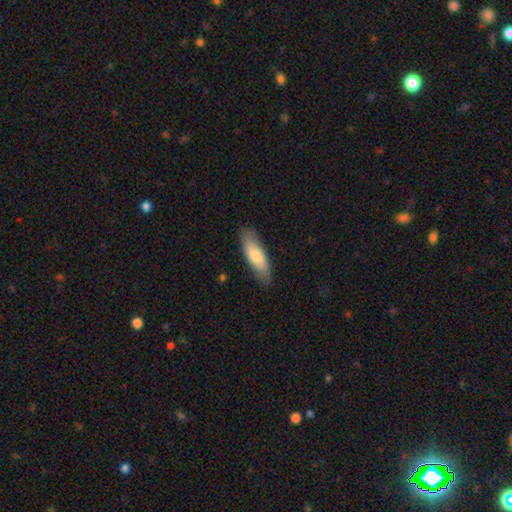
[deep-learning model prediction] A smooth galaxy with no disk features (72%) that is in between round and cigar-shaped (55%). Merging: none (81%).